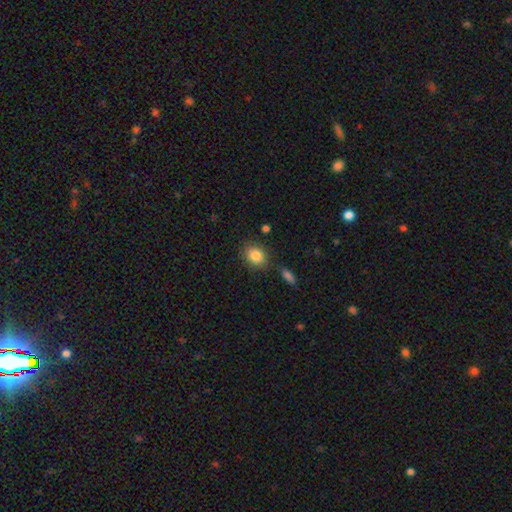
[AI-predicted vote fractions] Smooth or featured? smooth (85%)
How rounded? round (53%)
Merging? none (82%)